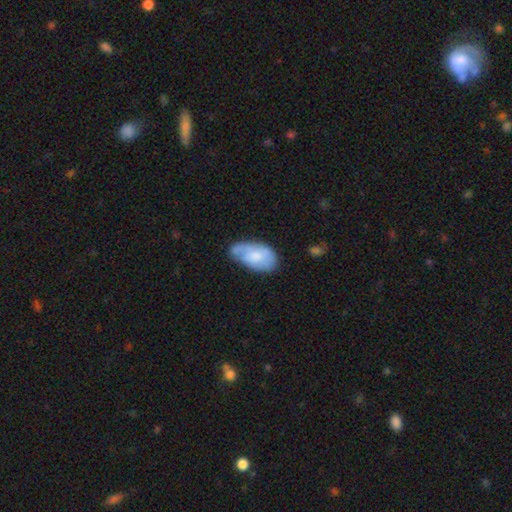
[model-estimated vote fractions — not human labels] Smooth or featured? Predicted: smooth (p=0.59). How rounded? Predicted: in between (p=0.94). Merging? Predicted: none (p=0.43).